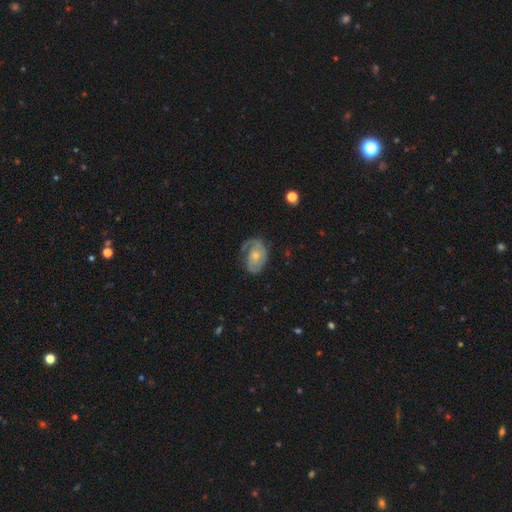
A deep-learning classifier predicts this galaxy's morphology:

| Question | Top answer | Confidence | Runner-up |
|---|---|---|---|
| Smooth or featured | featured or disk | 72% | smooth (22%) |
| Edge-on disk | no | 97% | yes (3%) |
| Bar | no | 73% | weak (23%) |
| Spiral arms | yes | 89% | no (11%) |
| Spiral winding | tight | 42% | medium (38%) |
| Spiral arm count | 2 | 47% | 1 (31%) |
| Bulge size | small | 58% | moderate (35%) |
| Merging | none | 55% | minor disturbance (24%) |